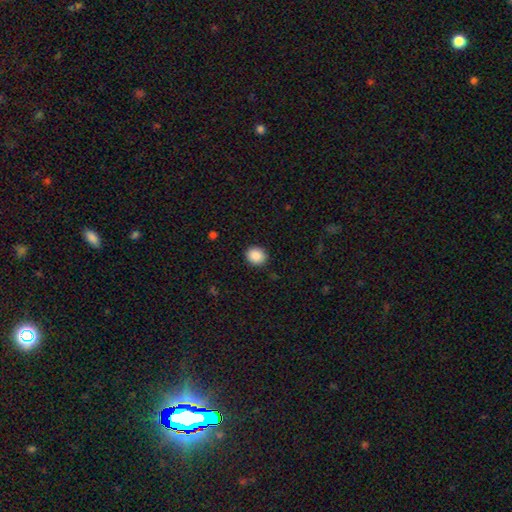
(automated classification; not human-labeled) This appears to be a smooth galaxy with no disk features (89%) that is round (64%). Merging: none (89%).